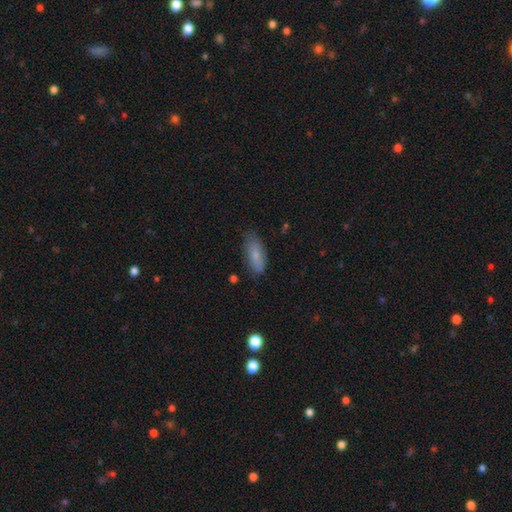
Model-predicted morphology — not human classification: smooth-or-featured: smooth: 76% | featured or disk: 17% | star or artifact: 7%
  how-rounded: in between: 77% | cigar-shaped: 21% | round: 2%
  merging: none: 72% | minor disturbance: 22% | major disturbance: 4% | merger: 2%